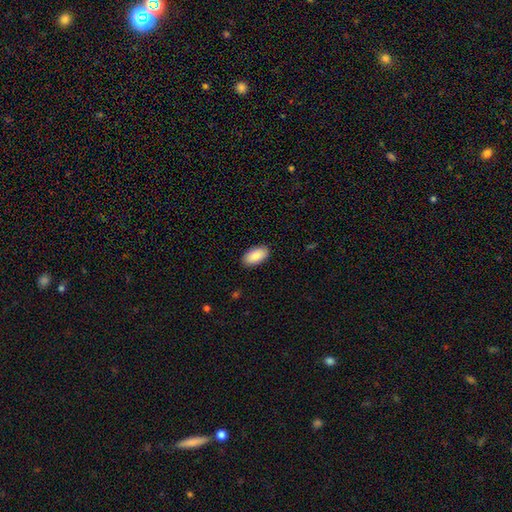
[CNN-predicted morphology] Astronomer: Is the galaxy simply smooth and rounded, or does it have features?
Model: smooth — 89%.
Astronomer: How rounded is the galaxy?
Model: in between — 95%.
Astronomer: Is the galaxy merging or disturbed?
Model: none — 89%.